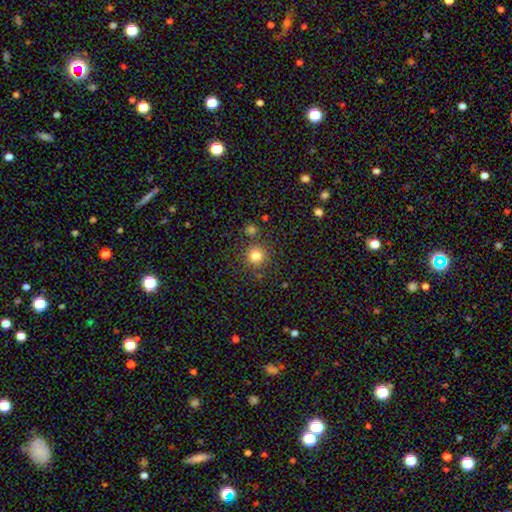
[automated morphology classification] Smooth or featured? Predicted: smooth (p=0.80). How rounded? Predicted: round (p=0.94). Merging? Predicted: none (p=0.84).